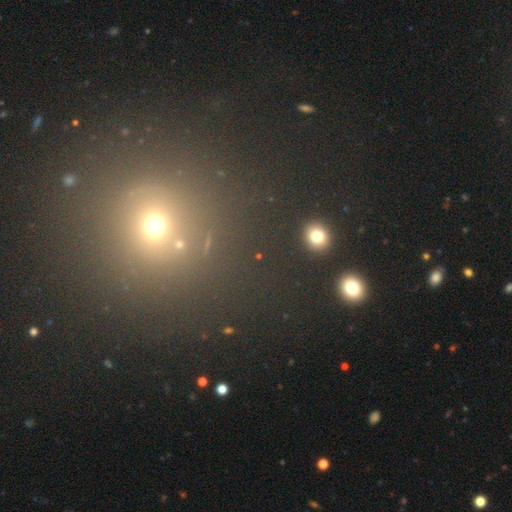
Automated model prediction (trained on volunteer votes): Smooth or featured: star or artifact — 48% (smooth — 43%)